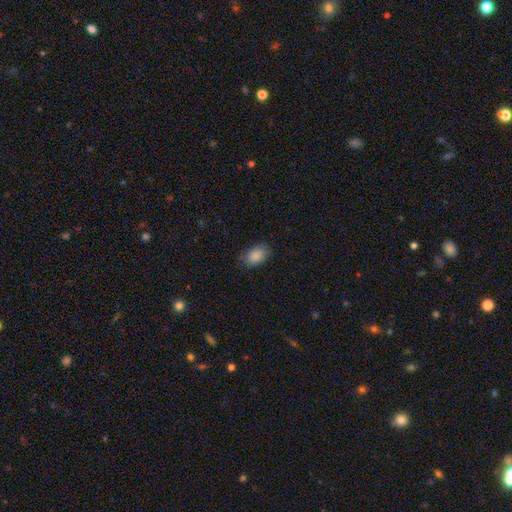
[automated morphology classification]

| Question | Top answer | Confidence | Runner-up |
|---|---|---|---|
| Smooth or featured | smooth | 88% | star or artifact (7%) |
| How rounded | in between | 88% | round (11%) |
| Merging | none | 80% | minor disturbance (15%) |